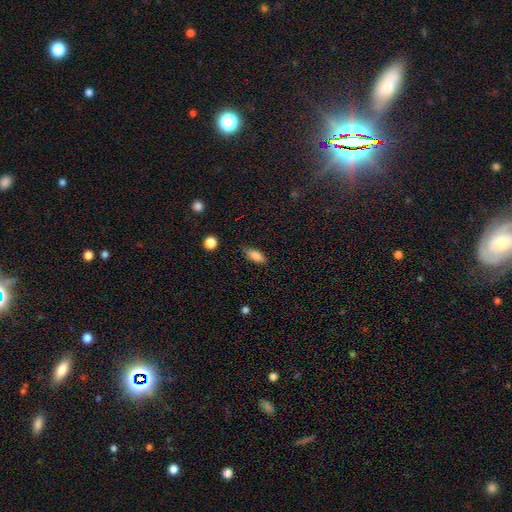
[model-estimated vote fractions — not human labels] Smooth or featured?
  - smooth: 82% *
  - featured or disk: 10%
  - star or artifact: 8%
How rounded?
  - in between: 79% *
  - cigar-shaped: 19%
  - round: 3%
Merging?
  - none: 85% *
  - minor disturbance: 11%
  - major disturbance: 2%
  - merger: 1%